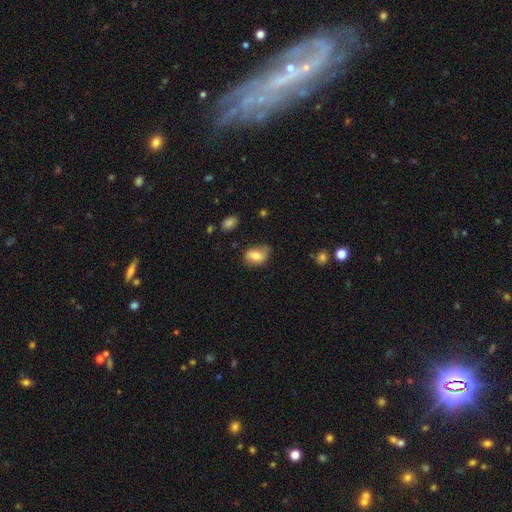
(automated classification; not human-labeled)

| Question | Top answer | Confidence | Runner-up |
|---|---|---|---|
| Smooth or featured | smooth | 72% | featured or disk (20%) |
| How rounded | in between | 79% | round (19%) |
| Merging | none | 55% | minor disturbance (33%) |